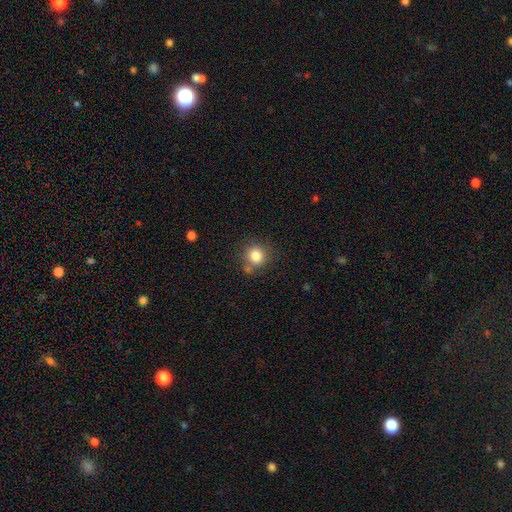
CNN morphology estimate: A smooth galaxy with no disk features (83%) that is round (86%). Merging: none (73%).